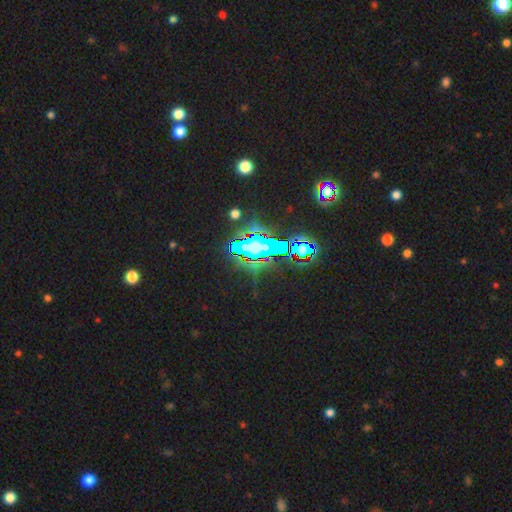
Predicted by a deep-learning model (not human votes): This appears to be a star or artifact, not a galaxy (84%).